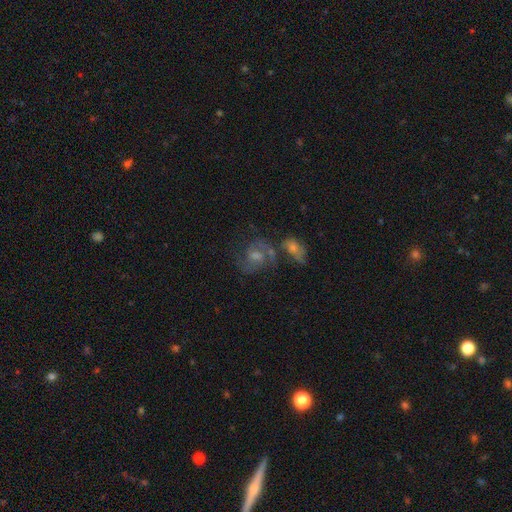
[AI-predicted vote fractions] featured or disk 71%, smooth 16%, star or artifact 13%. Down the decision tree: edge-on disk — no (97%); bar — no (54%); spiral arms — yes (90%); spiral arm count — 2 (78%); spiral winding — medium (54%); bulge size — moderate (53%); merging — none (51%).